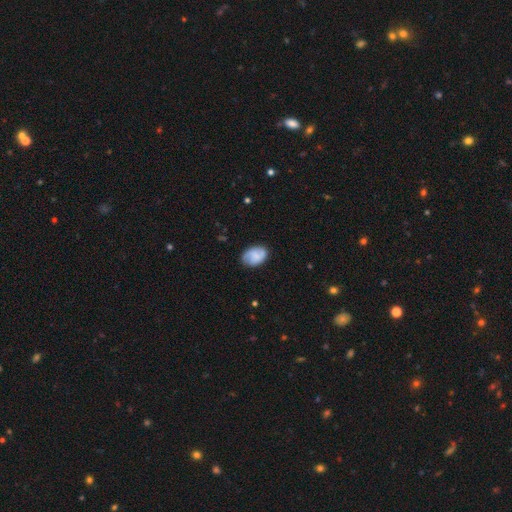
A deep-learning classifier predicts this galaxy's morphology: Smooth or featured? smooth (66%)
How rounded? in between (81%)
Merging? none (75%)